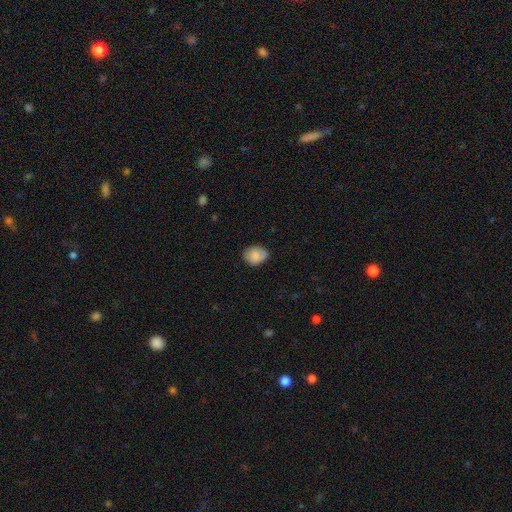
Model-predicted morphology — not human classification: smooth-or-featured: smooth: 83% | featured or disk: 9% | star or artifact: 8%
  how-rounded: in between: 65% | round: 34% | cigar-shaped: 1%
  merging: none: 73% | minor disturbance: 22% | major disturbance: 4% | merger: 1%